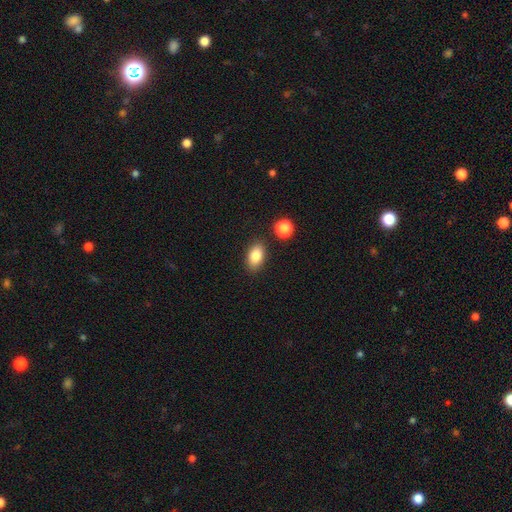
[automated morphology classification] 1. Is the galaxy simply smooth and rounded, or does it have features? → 84% smooth, 8% star or artifact, 8% featured or disk.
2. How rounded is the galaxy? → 89% in between, 8% round, 3% cigar-shaped.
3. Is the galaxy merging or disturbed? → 85% none, 9% minor disturbance, 4% merger, 2% major disturbance.